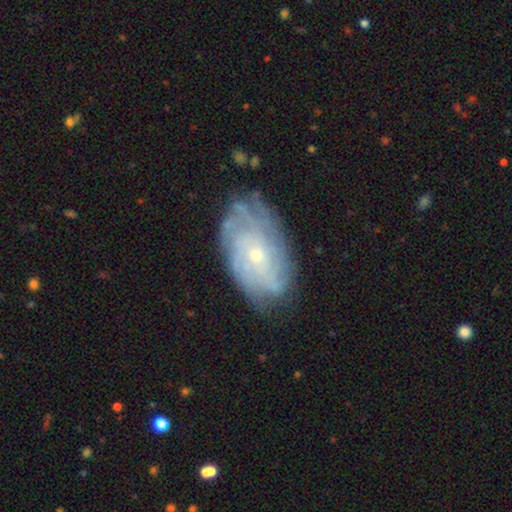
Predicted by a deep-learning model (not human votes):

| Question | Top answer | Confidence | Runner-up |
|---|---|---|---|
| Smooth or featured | featured or disk | 77% | smooth (16%) |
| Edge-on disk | no | 95% | yes (5%) |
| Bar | no | 77% | weak (20%) |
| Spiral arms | yes | 90% | no (10%) |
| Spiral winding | tight | 70% | medium (23%) |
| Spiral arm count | can't tell | 51% | 4 (14%) |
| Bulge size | small | 65% | moderate (32%) |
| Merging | none | 73% | minor disturbance (20%) |